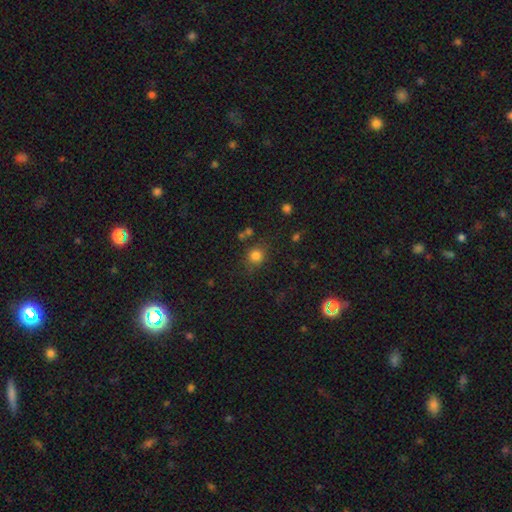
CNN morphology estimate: A smooth galaxy with no disk features (80%) that is round (83%).

Vote fractions:
- Smooth or featured? smooth: 80% / star or artifact: 14% / featured or disk: 6%
- How rounded? round: 83% / in between: 16% / cigar-shaped: 1%
- Merging? none: 76% / minor disturbance: 14% / merger: 5% / major disturbance: 5%